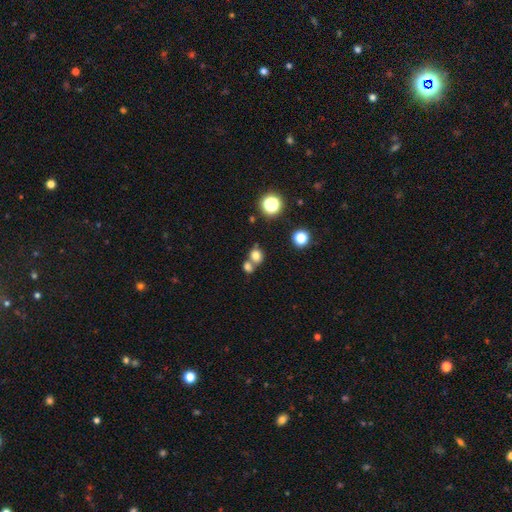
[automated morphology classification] type=smooth (76%); roundness=round (75%); merging=none (48%).